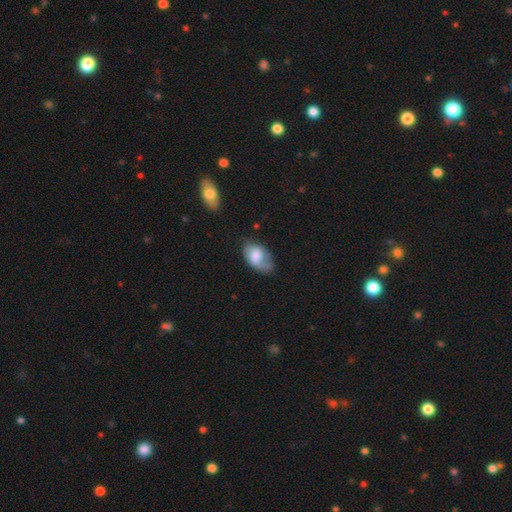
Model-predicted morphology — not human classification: A smooth galaxy with no disk features (64%) that is in between round and cigar-shaped (91%). Merging: none (40%).